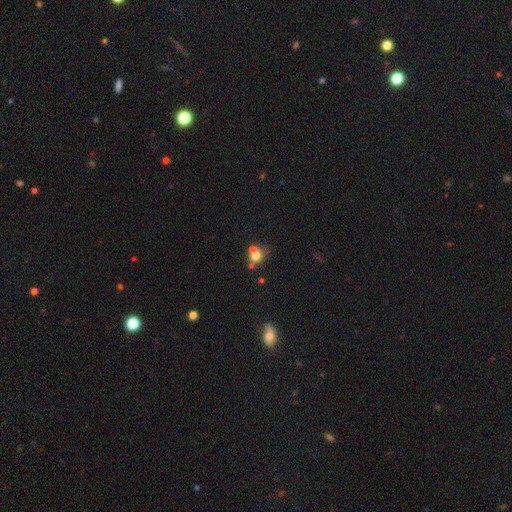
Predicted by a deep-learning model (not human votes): A smooth galaxy with no disk features (67%) that is round (73%). Merging: merger (48%).